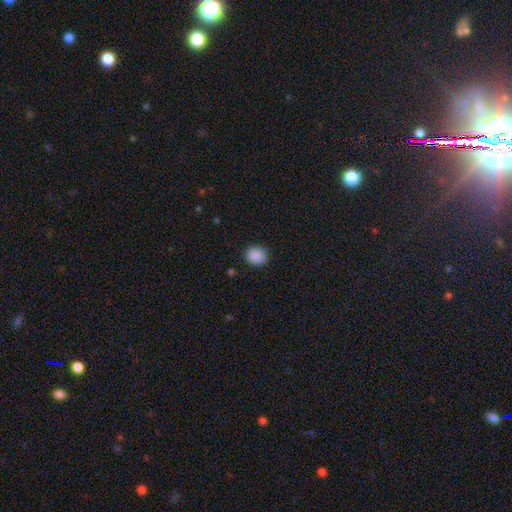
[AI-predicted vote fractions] Smooth or featured? smooth (89%)
How rounded? round (77%)
Merging? none (87%)